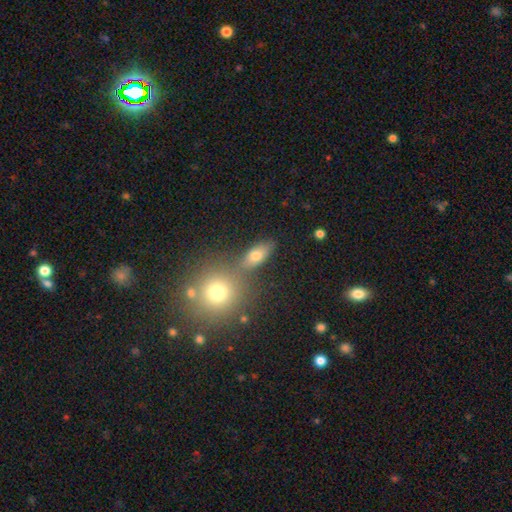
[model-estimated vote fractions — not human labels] Overall: smooth (71%). How rounded: in between (71%). Merging: none (68%).